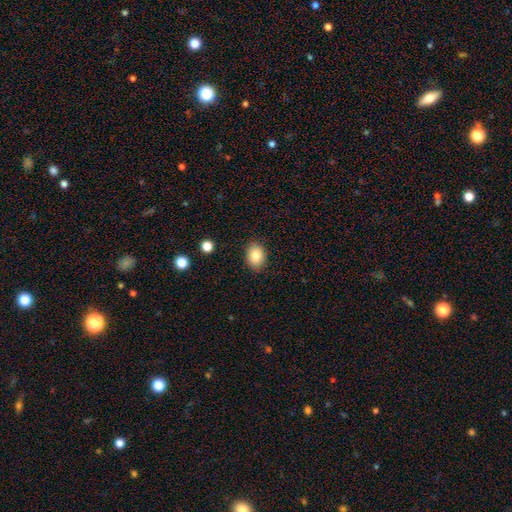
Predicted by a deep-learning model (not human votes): Morphology: type=smooth (84%); roundness=in between (65%); merging=none (87%).